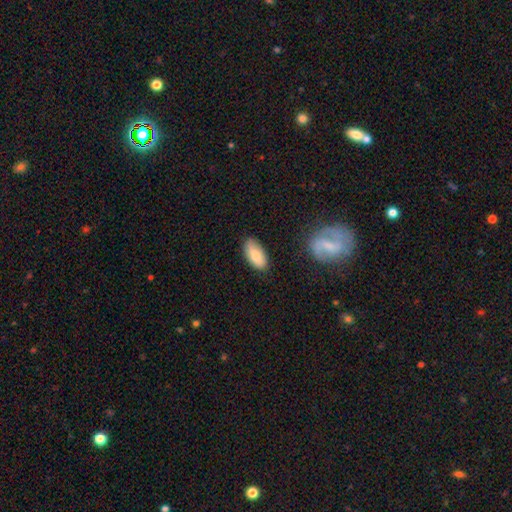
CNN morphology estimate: smooth_or_featured: smooth (p=0.80) [alt: featured or disk p=0.13]
how_rounded: in between (p=0.92) [alt: cigar-shaped p=0.06]
merging: none (p=0.79) [alt: minor disturbance p=0.16]